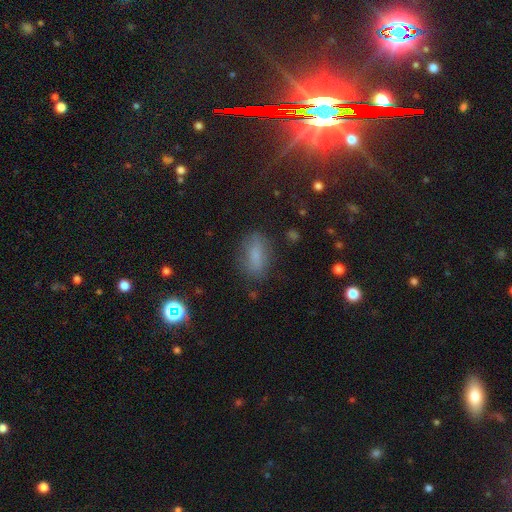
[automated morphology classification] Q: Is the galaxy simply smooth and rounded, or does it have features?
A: smooth — 71%.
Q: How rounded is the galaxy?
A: in between — 80%.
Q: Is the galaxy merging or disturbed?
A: none — 77%.